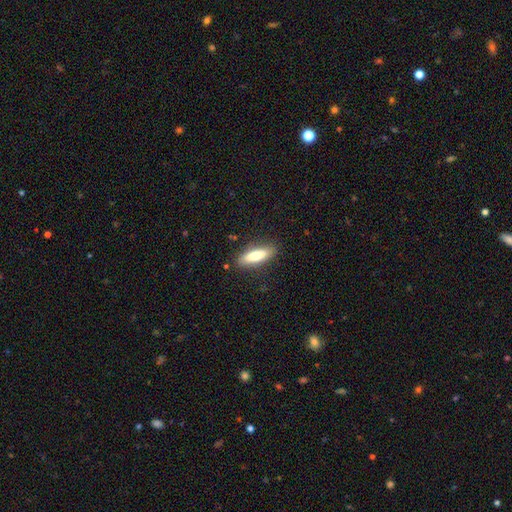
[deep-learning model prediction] A smooth galaxy with no disk features (70%) that is in between round and cigar-shaped (53%).

Vote fractions:
- Smooth or featured? smooth: 70% / featured or disk: 24% / star or artifact: 6%
- How rounded? in between: 53% / cigar-shaped: 45% / round: 2%
- Merging? none: 86% / minor disturbance: 11% / major disturbance: 2% / merger: 1%